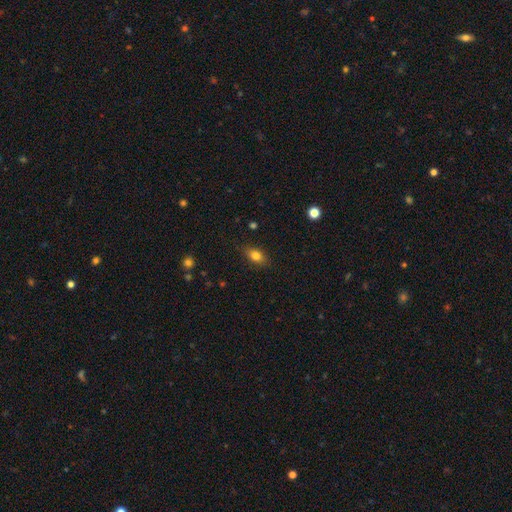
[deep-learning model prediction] Morphology: type=smooth (81%); roundness=in between (81%); merging=none (84%).